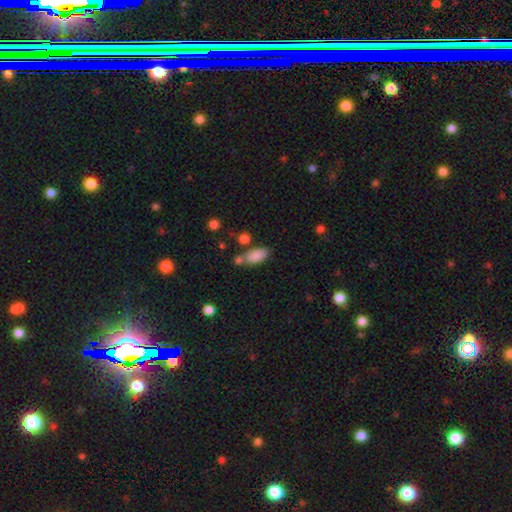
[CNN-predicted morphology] This appears to be a smooth galaxy with no disk features (85%) that is in between round and cigar-shaped (89%). Merging: none (58%).